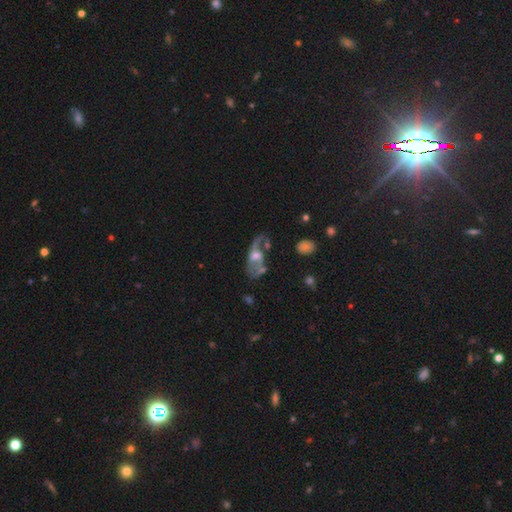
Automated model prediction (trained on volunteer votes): A featured or disk galaxy (71%) with no bar (52%), spiral arms (69%) and a moderate central bulge (56%). Merging: none (43%).